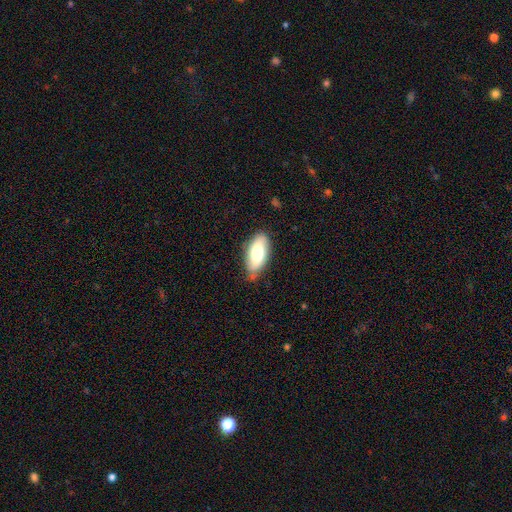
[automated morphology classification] A smooth galaxy with no disk features (71%) that is in between round and cigar-shaped (88%).

Vote fractions:
- Smooth or featured? smooth: 71% / featured or disk: 22% / star or artifact: 6%
- How rounded? in between: 88% / cigar-shaped: 9% / round: 2%
- Merging? none: 77% / minor disturbance: 18% / major disturbance: 3% / merger: 2%